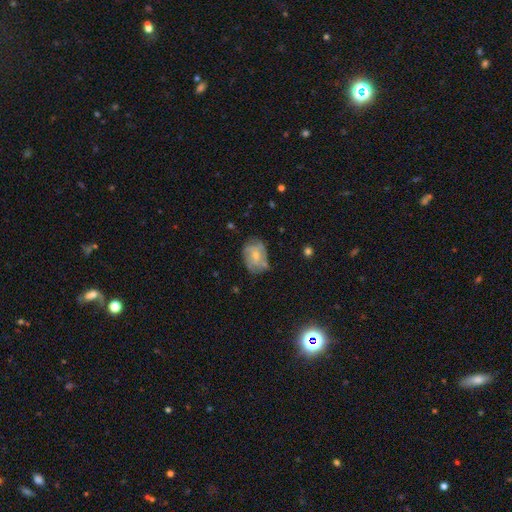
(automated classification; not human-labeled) Morphology: type=featured or disk (57%); edge-on=no (97%); bar=no (66%); spiral arms=yes (70%); bulge=moderate (44%); merging=none (59%).